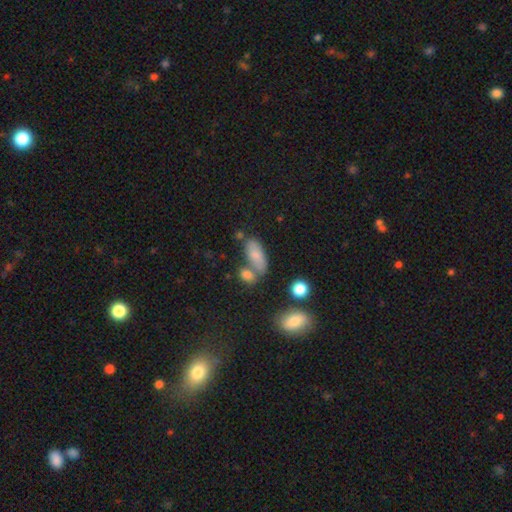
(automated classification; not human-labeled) smooth 75%, featured or disk 15%, star or artifact 10%. Down the decision tree: how rounded — in between (82%); merging — none (48%).